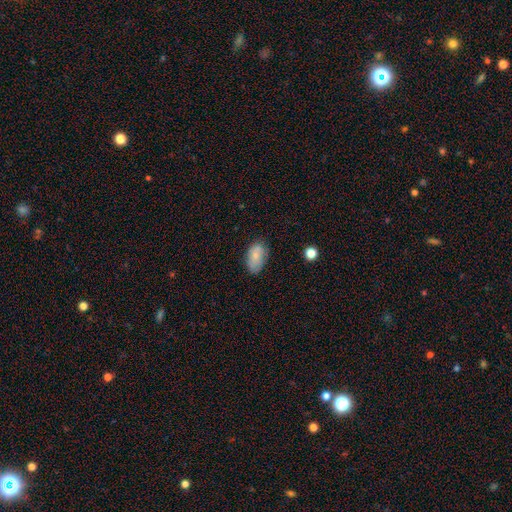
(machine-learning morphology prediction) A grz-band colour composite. It shows a smooth galaxy with no disk features (76%) that is in between round and cigar-shaped (92%). Merging: none (69%).